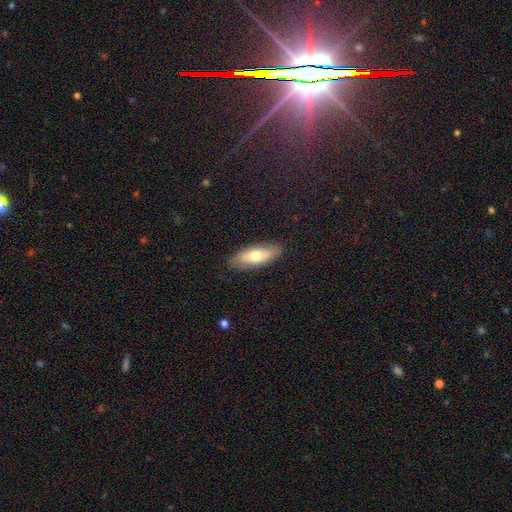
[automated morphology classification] This is likely a smooth galaxy (62%). How rounded: likely in between (72%). Merging: clearly none (84%).